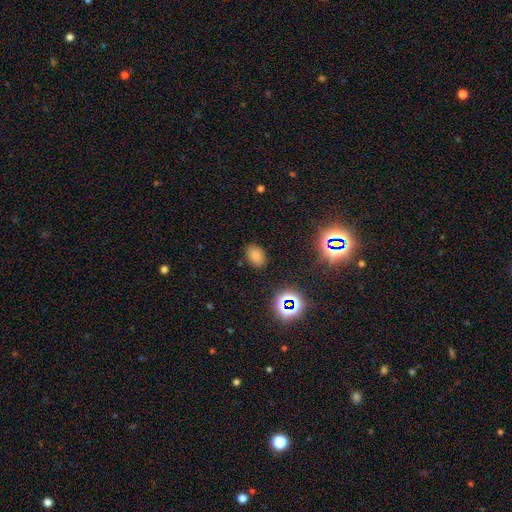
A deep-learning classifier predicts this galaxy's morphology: A smooth galaxy with no disk features (72%) that is in between round and cigar-shaped (74%). Merging: none (83%).